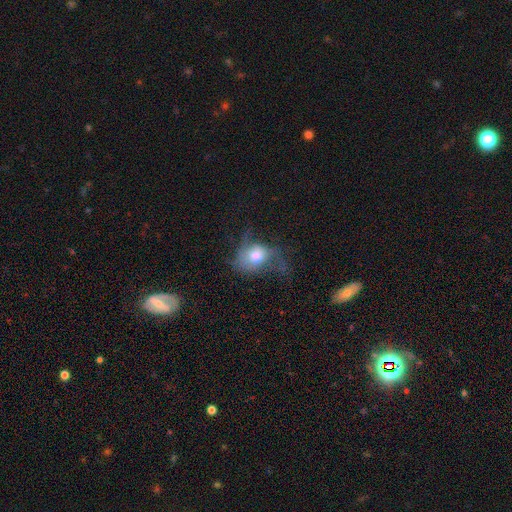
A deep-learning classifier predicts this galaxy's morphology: Smooth or featured?
  - smooth: 59% *
  - featured or disk: 31%
  - star or artifact: 10%
How rounded?
  - in between: 52% *
  - round: 47%
  - cigar-shaped: 2%
Merging?
  - major disturbance: 44% *
  - none: 28%
  - minor disturbance: 26%
  - merger: 2%